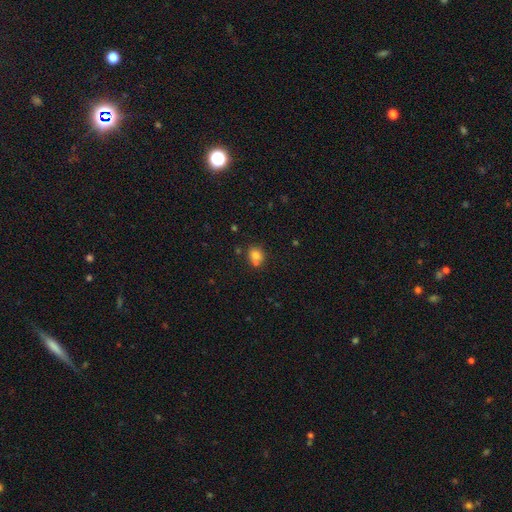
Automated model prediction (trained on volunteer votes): Smooth or featured: smooth — 78% (star or artifact — 12%)
How rounded: round — 70% (in between — 29%)
Merging: none — 57% (merger — 24%)